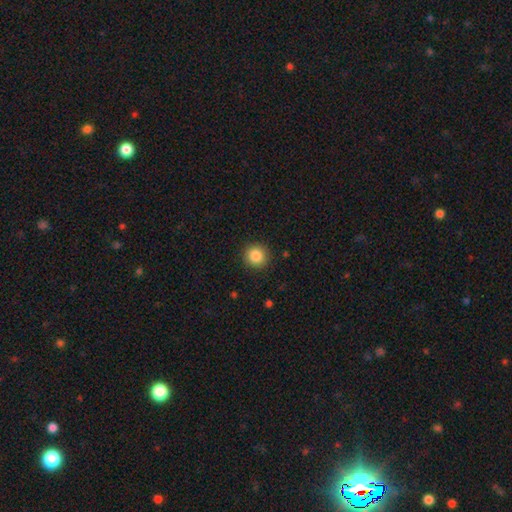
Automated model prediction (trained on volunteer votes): Overall: smooth (87%). How rounded: round (93%). Merging: none (90%).